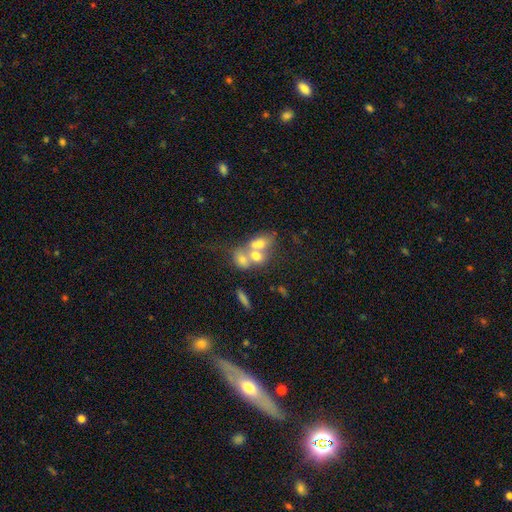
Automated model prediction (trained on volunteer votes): Smooth or featured? Predicted: smooth (p=0.56). How rounded? Predicted: in between (p=0.55). Merging? Predicted: merger (p=0.67).